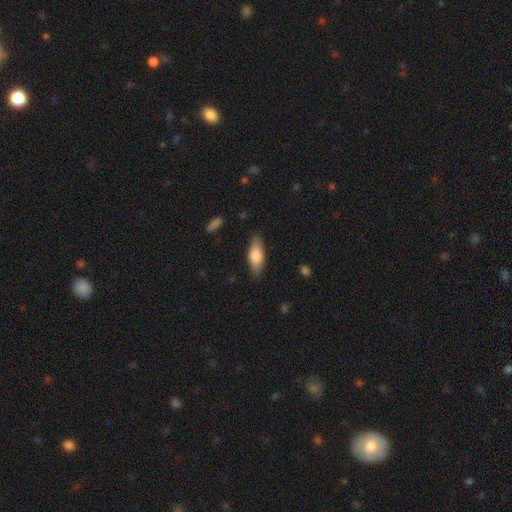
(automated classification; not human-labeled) smooth_or_featured: smooth (p=0.75) [alt: featured or disk p=0.19]
how_rounded: in between (p=0.69) [alt: cigar-shaped p=0.28]
merging: none (p=0.84) [alt: minor disturbance p=0.13]